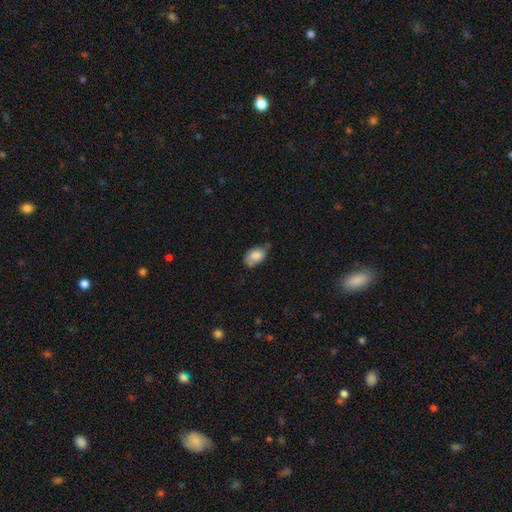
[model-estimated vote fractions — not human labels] smooth 76%, featured or disk 16%, star or artifact 7%. Down the decision tree: how rounded — in between (89%); merging — none (50%).